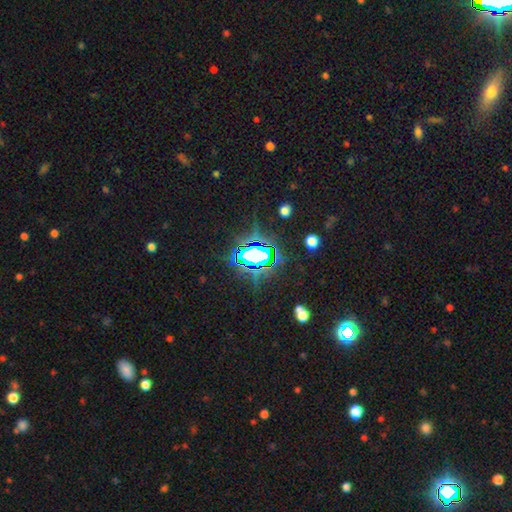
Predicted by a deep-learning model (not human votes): star or artifact 73%, smooth 14%, featured or disk 13%.